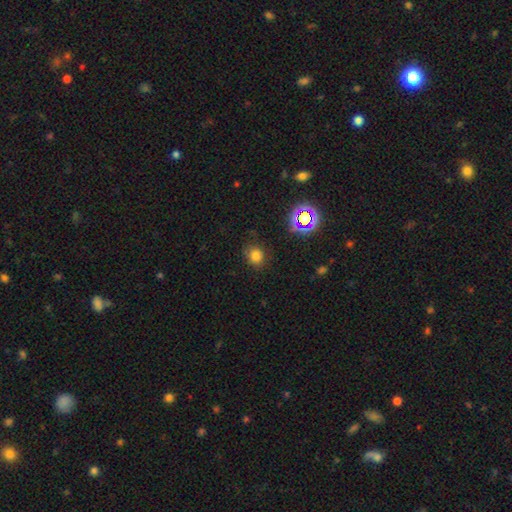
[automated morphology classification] smooth-or-featured: smooth: 75% | star or artifact: 19% | featured or disk: 6%
  how-rounded: round: 76% | in between: 23% | cigar-shaped: 1%
  merging: none: 83% | minor disturbance: 12% | major disturbance: 4% | merger: 2%